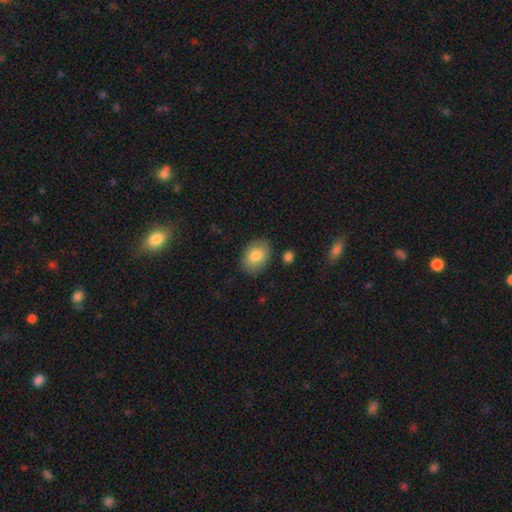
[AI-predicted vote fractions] Smooth or featured: smooth — 81% (featured or disk — 12%)
How rounded: in between — 77% (round — 22%)
Merging: none — 82% (minor disturbance — 12%)